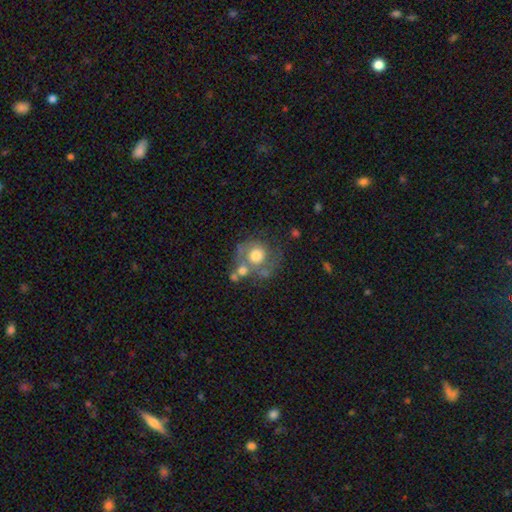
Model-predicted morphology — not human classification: Smooth or featured: smooth — 54% (featured or disk — 37%)
How rounded: round — 85% (in between — 14%)
Merging: none — 44% (merger — 25%)